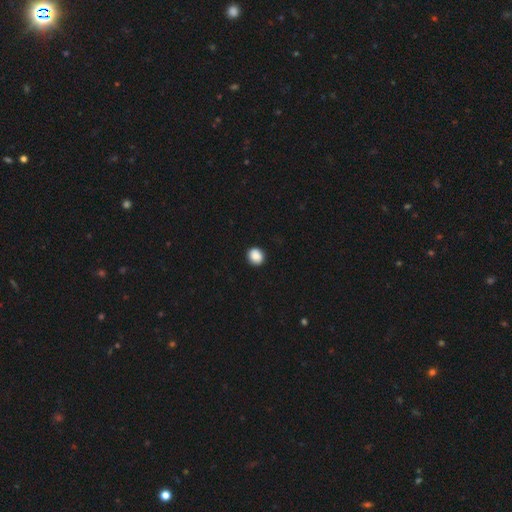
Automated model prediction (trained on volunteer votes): Smooth or featured: smooth — 87% (star or artifact — 9%)
How rounded: round — 79% (in between — 20%)
Merging: none — 90% (minor disturbance — 7%)